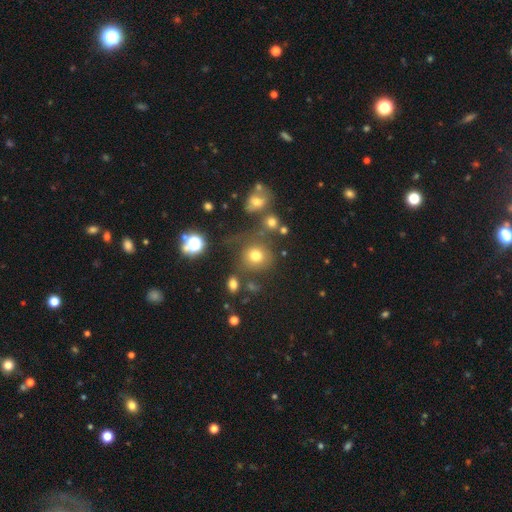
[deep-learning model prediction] Smooth or featured? Predicted: smooth (p=0.72). How rounded? Predicted: round (p=0.83). Merging? Predicted: none (p=0.64).